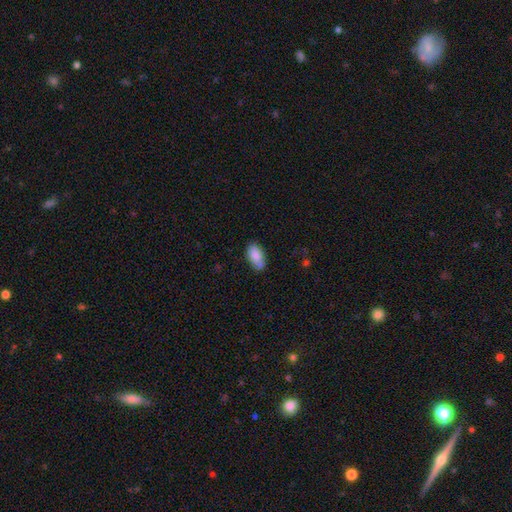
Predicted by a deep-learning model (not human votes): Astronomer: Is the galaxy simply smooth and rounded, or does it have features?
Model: smooth — 83%.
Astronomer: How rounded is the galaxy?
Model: in between — 93%.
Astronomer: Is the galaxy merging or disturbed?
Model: none — 61%.